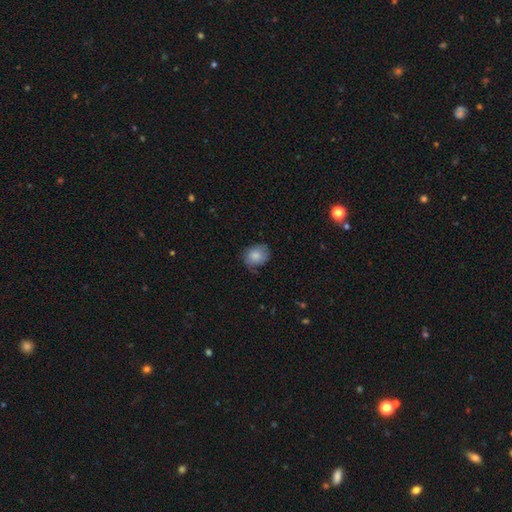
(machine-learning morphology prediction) type=smooth (80%); roundness=round (60%); merging=none (66%).